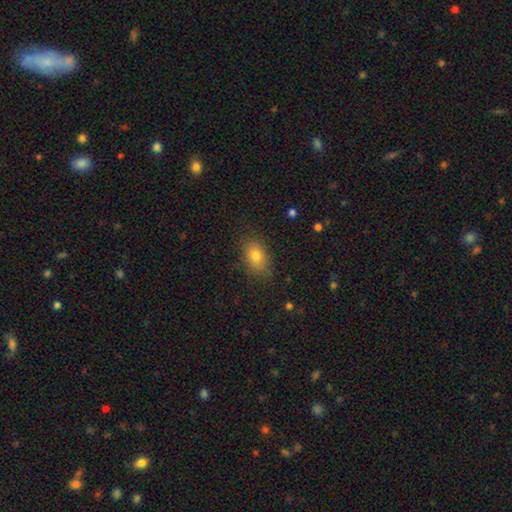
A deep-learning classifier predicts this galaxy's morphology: Smooth or featured? smooth (78%)
How rounded? in between (79%)
Merging? none (82%)